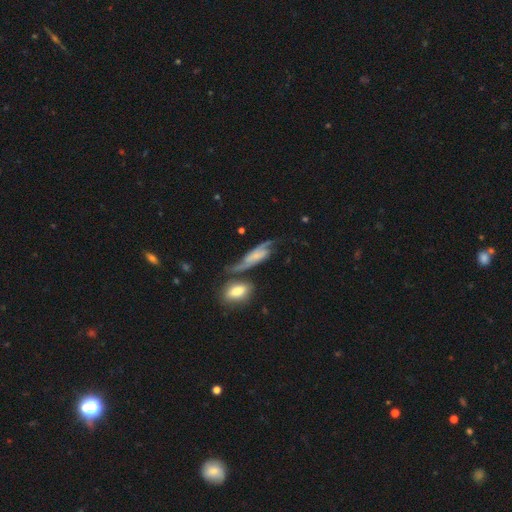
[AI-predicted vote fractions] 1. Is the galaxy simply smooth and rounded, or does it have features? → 72% featured or disk, 20% smooth, 8% star or artifact.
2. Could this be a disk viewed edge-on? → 87% no, 13% yes.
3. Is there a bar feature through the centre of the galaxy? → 56% no, 30% weak, 14% strong.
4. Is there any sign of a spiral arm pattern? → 92% yes, 8% no.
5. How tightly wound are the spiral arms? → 58% loose, 30% medium, 12% tight.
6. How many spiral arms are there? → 86% 2, 6% can't tell, 4% 1, 2% 3, 1% 4, 1% more than 4.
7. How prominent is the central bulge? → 42% none, 38% small, 13% moderate, 4% large, 2% dominant.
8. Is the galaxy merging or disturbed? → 42% none, 22% minor disturbance, 19% major disturbance, 17% merger.